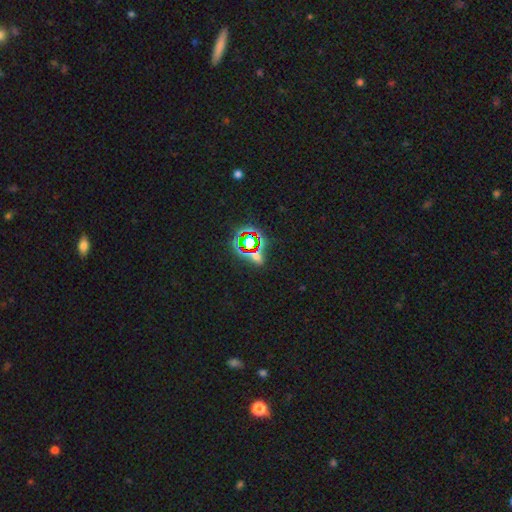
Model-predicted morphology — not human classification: Overall: star or artifact (63%; smooth 27%).